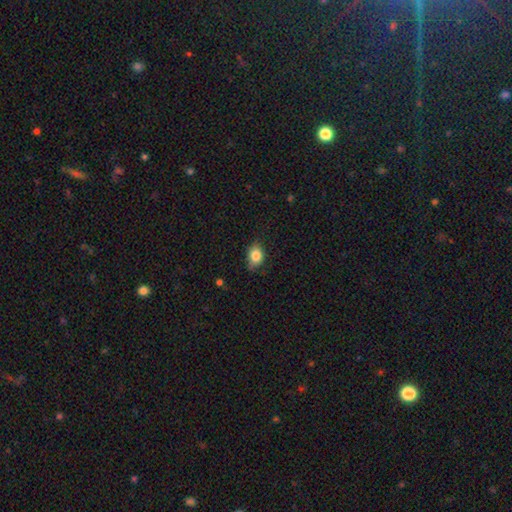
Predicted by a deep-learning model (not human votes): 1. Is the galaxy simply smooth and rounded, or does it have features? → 82% smooth, 9% star or artifact, 9% featured or disk.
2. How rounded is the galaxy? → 64% in between, 34% round, 2% cigar-shaped.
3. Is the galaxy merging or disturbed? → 69% none, 25% minor disturbance, 5% major disturbance, 1% merger.